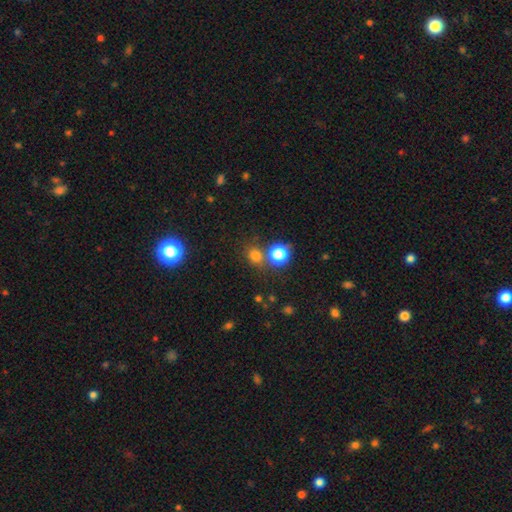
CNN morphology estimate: Overall: smooth (72%). How rounded: round (76%). Merging: none (70%).